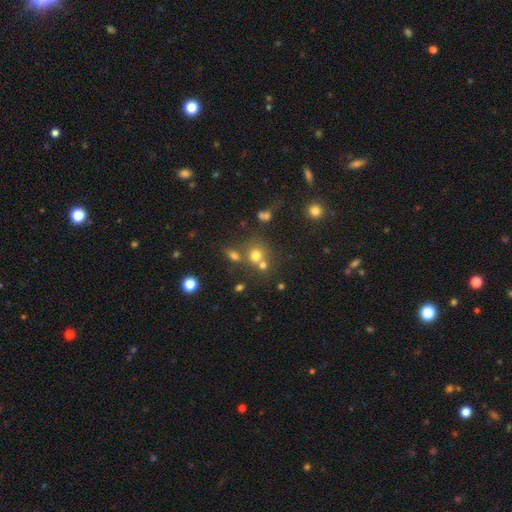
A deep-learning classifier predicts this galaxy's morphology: The model was most divided on "merging": none: 51%, merger: 33%, minor disturbance: 10%, major disturbance: 5%. More confident: how rounded — round (79%); smooth or featured — smooth (68%).